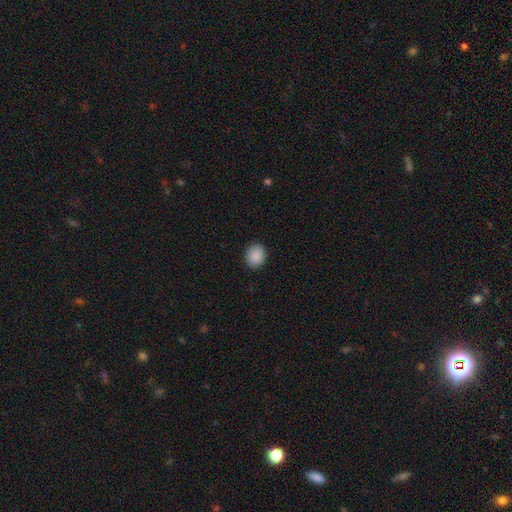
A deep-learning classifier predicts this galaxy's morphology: This appears to be a smooth galaxy with no disk features (90%) that is round (64%). Merging: none (90%).